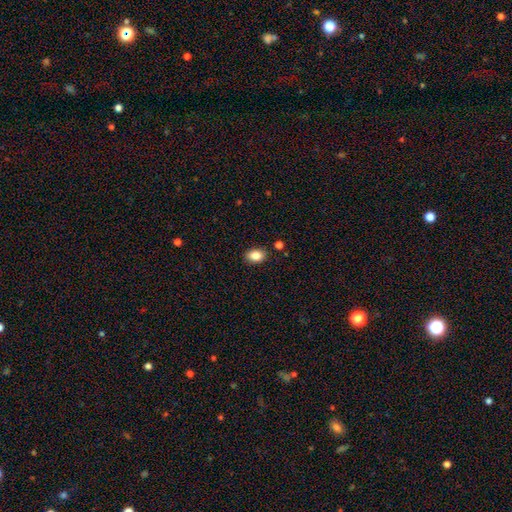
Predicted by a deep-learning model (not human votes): A smooth galaxy with no disk features (86%) that is in between round and cigar-shaped (81%). Merging: none (87%).